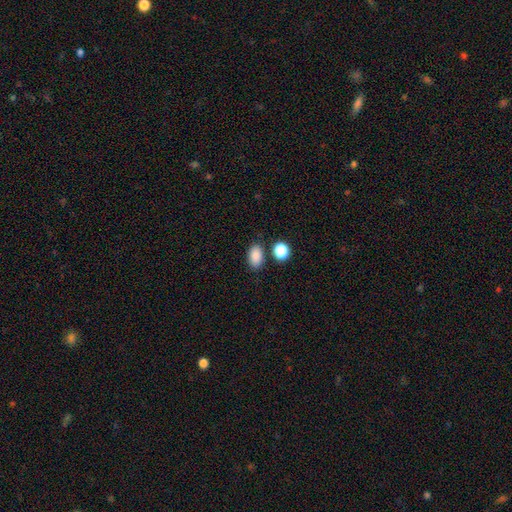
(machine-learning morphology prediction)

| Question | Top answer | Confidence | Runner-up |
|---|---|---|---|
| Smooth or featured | smooth | 87% | star or artifact (9%) |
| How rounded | in between | 87% | round (12%) |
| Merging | none | 79% | minor disturbance (11%) |